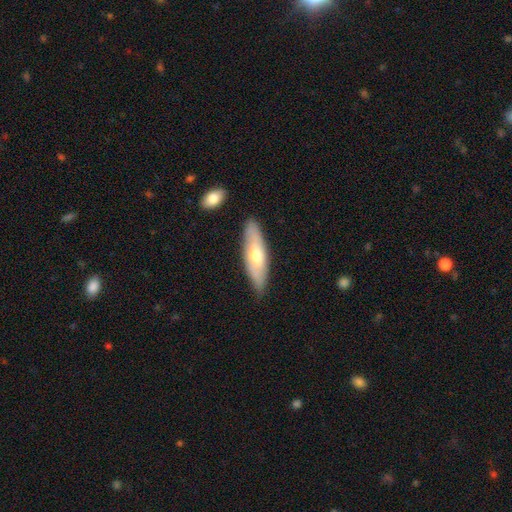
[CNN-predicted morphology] Smooth or featured? smooth (50%)
Merging? none (82%)